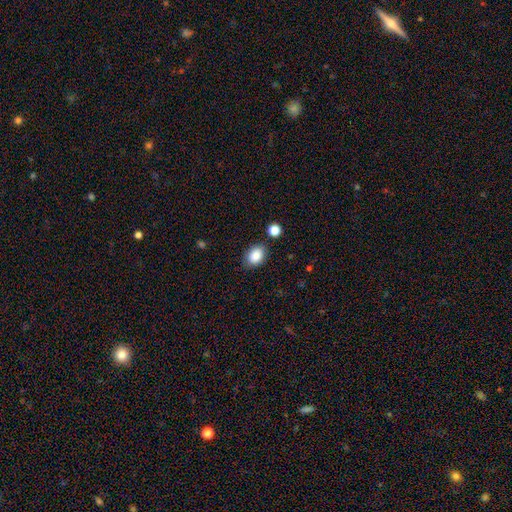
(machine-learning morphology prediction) Smooth or featured: smooth — 87% (star or artifact — 8%)
How rounded: in between — 81% (round — 18%)
Merging: none — 80% (minor disturbance — 13%)